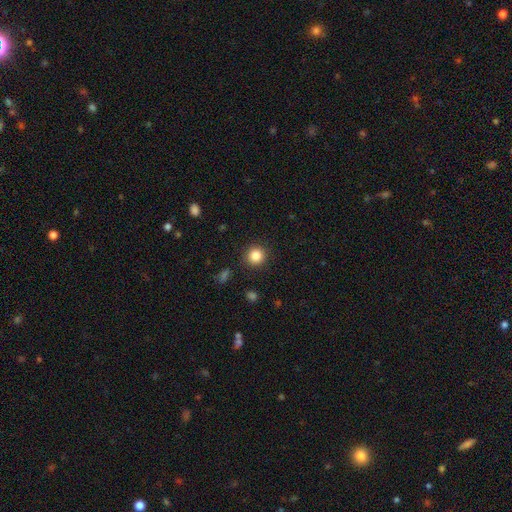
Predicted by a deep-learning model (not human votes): Smooth or featured? smooth (85%)
How rounded? round (93%)
Merging? none (91%)